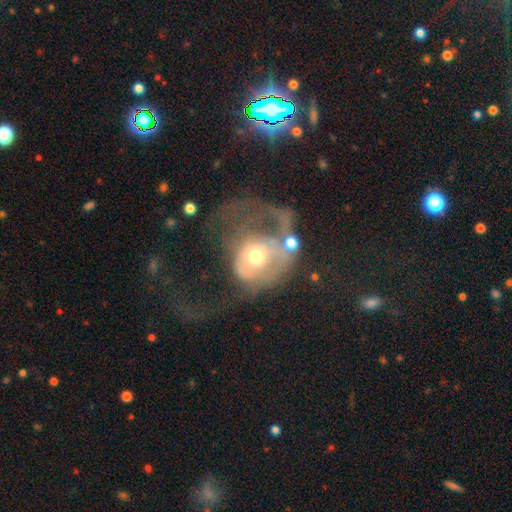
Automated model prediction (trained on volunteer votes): smooth-or-featured: featured or disk: 58% | smooth: 33% | star or artifact: 9%
  disk-edge-on: no: 96% | yes: 4%
    bar: no: 78% | weak: 17% | strong: 4%
    has-spiral-arms: no: 56% | yes: 44%
    bulge-size: moderate: 61% | small: 26% | large: 9% | dominant: 2% | none: 2%
  merging: major disturbance: 63% | merger: 14% | none: 13% | minor disturbance: 10%